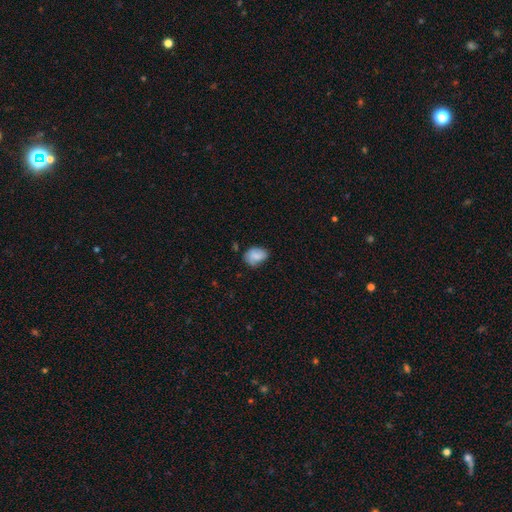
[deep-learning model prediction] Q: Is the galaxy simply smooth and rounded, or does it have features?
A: smooth — 75%.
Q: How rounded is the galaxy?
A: in between — 74%.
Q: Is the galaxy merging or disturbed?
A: none — 54%.